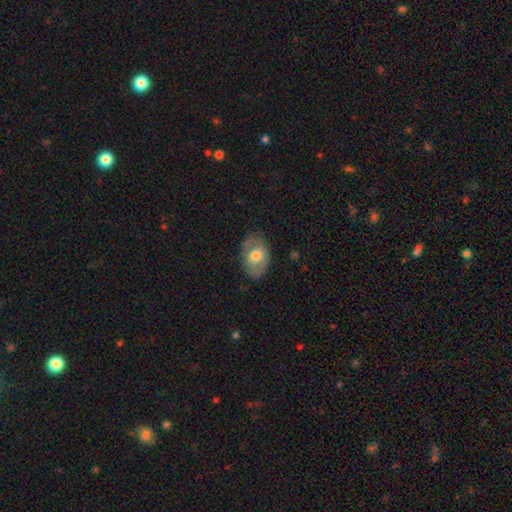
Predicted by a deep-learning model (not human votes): Q: Smooth or featured?
A: smooth (59%); runner-up: featured or disk (34%)
Q: How rounded?
A: in between (82%); runner-up: round (17%)
Q: Merging?
A: none (76%); runner-up: minor disturbance (17%)